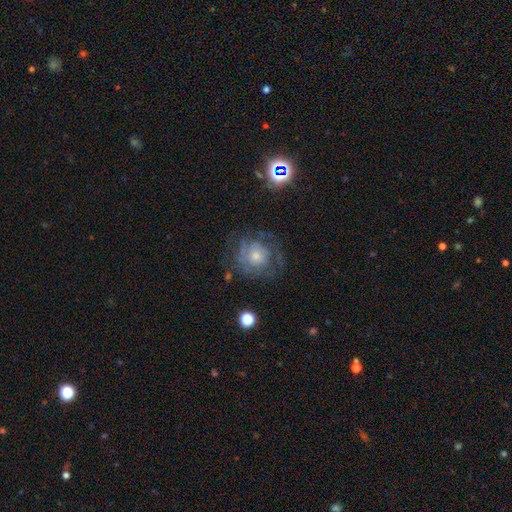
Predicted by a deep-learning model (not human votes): Q: Smooth or featured?
A: featured or disk (58%); runner-up: smooth (26%)
Q: Edge-on disk?
A: no (97%); runner-up: yes (3%)
Q: Bar?
A: no (83%); runner-up: weak (14%)
Q: Spiral arms?
A: yes (70%); runner-up: no (30%)
Q: Bulge size?
A: small (46%); runner-up: moderate (42%)
Q: Merging?
A: none (69%); runner-up: minor disturbance (16%)